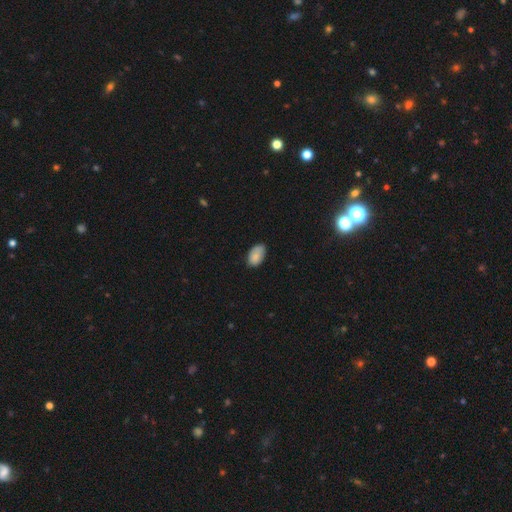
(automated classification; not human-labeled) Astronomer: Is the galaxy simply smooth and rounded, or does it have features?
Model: smooth — 84%.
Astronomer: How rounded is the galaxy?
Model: in between — 94%.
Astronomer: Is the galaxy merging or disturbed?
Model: none — 71%.